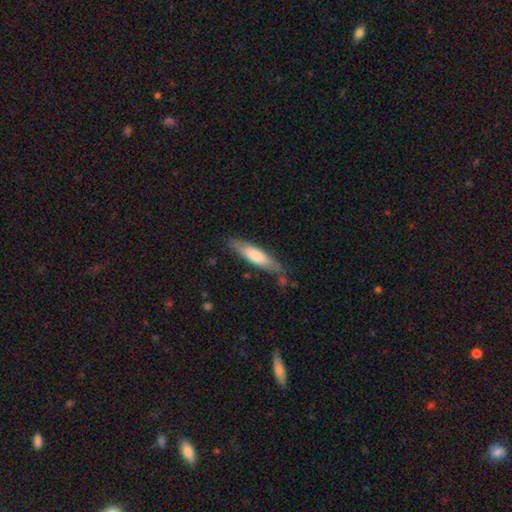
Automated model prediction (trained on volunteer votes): A smooth galaxy with no disk features (67%) that is cigar-shaped (71%). Merging: none (76%).